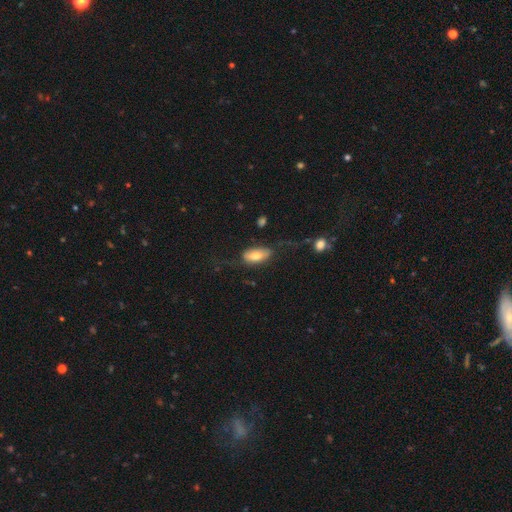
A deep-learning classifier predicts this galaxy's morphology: smooth 69%, featured or disk 25%, star or artifact 6%. Down the decision tree: how rounded — in between (89%); merging — none (53%).